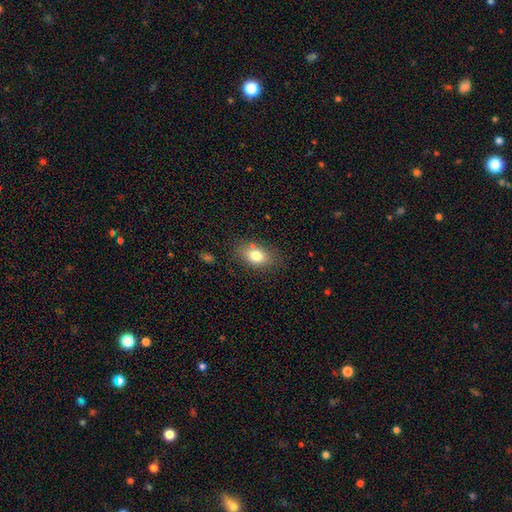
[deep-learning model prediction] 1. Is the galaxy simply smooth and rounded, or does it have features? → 78% smooth, 13% featured or disk, 9% star or artifact.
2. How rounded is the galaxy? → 83% in between, 14% round, 3% cigar-shaped.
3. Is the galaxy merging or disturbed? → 77% none, 15% minor disturbance, 4% major disturbance, 4% merger.